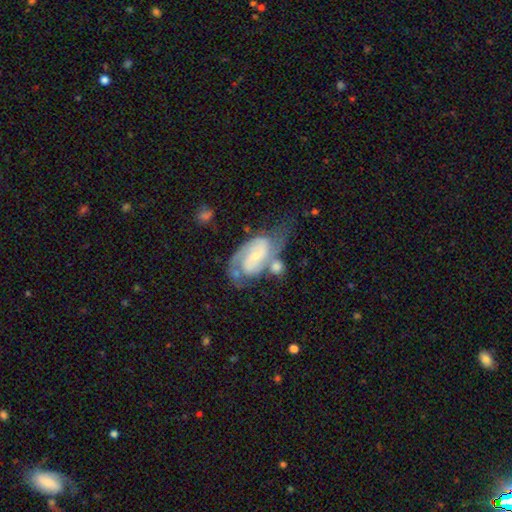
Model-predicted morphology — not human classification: A featured or disk galaxy (83%) with no bar (41%), 2 (81%) medium (47%) spiral arms (95%) and a small central bulge (67%).

Vote fractions:
- Smooth or featured? featured or disk: 83% / smooth: 11% / star or artifact: 6%
- Edge-on disk? no: 96% / yes: 4%
- Bar? no: 41% / weak: 40% / strong: 19%
- Spiral arms? yes: 95% / no: 5%
- Spiral winding? medium: 47% / tight: 37% / loose: 16%
- Spiral arm count? 2: 81% / can't tell: 8% / 1: 5% / 3: 3% / 4: 1% / more than 4: 1%
- Bulge size? small: 67% / moderate: 24% / none: 6% / large: 2% / dominant: 1%
- Merging? none: 44% / minor disturbance: 21% / merger: 20% / major disturbance: 15%